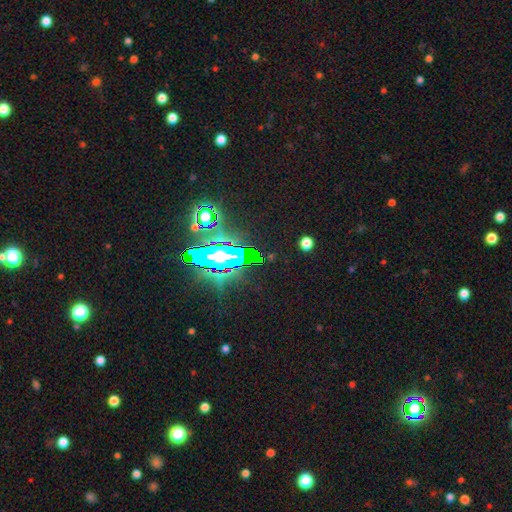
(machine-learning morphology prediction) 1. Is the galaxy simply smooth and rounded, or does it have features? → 80% star or artifact, 11% featured or disk, 9% smooth.